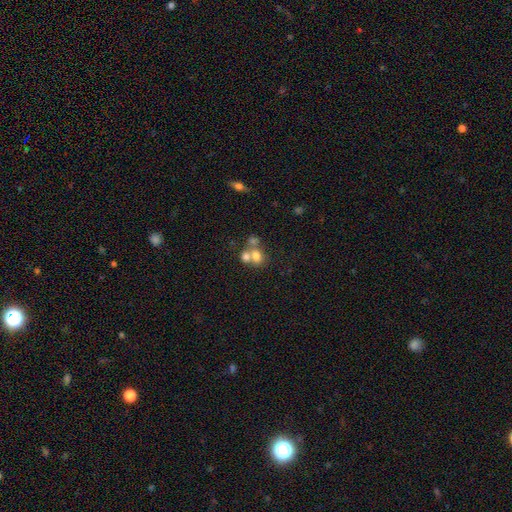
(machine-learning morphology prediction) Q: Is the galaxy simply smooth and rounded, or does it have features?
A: smooth — 68%.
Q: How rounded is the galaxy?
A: round — 54%.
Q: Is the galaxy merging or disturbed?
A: merger — 55%.